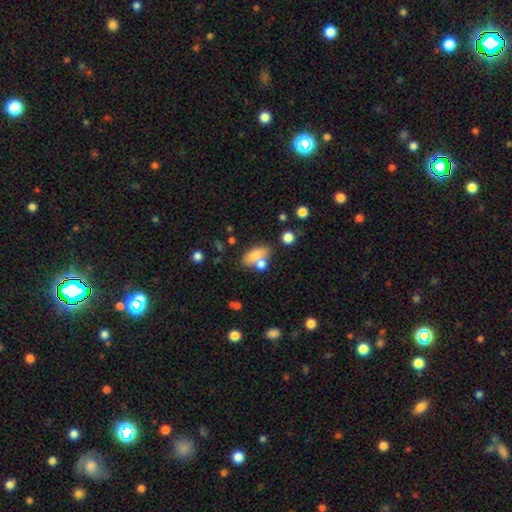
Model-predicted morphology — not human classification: smooth 73%, featured or disk 18%, star or artifact 9%. Down the decision tree: how rounded — in between (83%); merging — none (49%).